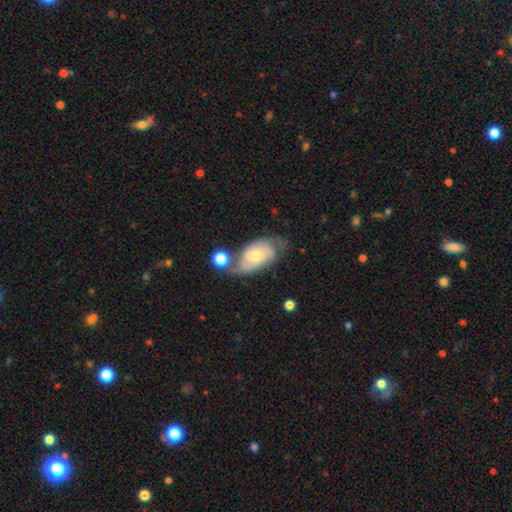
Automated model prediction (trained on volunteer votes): smooth_or_featured: featured or disk (p=0.63) [alt: smooth p=0.31]
disk_edge_on: no (p=0.95) [alt: yes p=0.05]
bar: no (p=0.75) [alt: weak p=0.21]
has_spiral_arms: yes (p=0.82) [alt: no p=0.18]
bulge_size: small (p=0.56) [alt: moderate p=0.39]
merging: none (p=0.40) [alt: minor disturbance p=0.25]